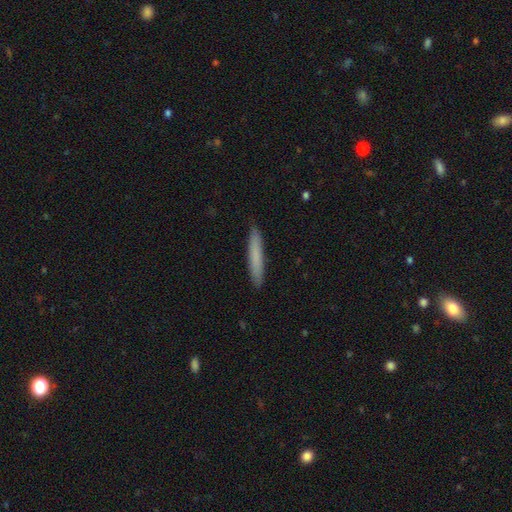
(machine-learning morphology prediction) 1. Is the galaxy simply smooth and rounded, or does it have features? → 78% smooth, 16% featured or disk, 6% star or artifact.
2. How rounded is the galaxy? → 94% cigar-shaped, 5% in between, 1% round.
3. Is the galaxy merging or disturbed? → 91% none, 7% minor disturbance, 1% major disturbance, 1% merger.